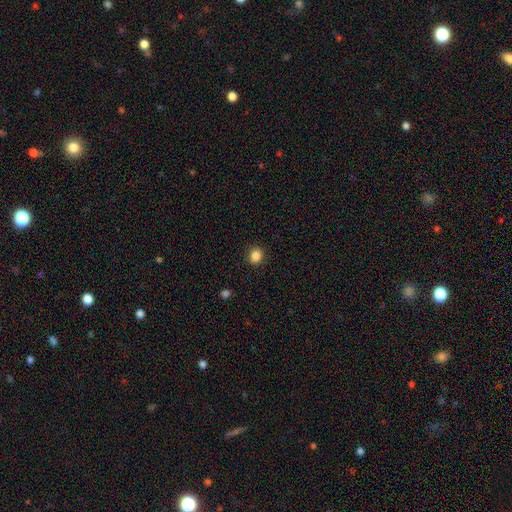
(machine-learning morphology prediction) Overall: smooth (86%). How rounded: round (77%). Merging: none (91%).